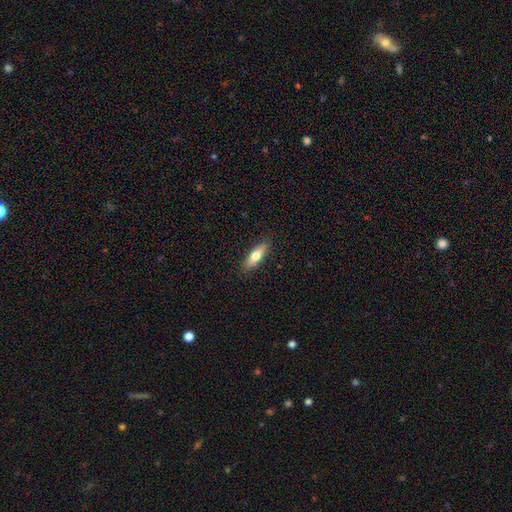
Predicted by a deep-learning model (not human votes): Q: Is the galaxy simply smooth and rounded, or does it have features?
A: smooth — 67%.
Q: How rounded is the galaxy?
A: cigar-shaped — 54%.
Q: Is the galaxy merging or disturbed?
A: none — 88%.